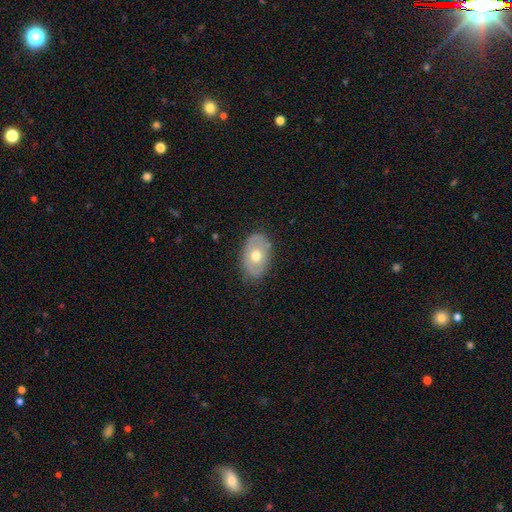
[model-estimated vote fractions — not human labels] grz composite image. It shows a smooth galaxy with no disk features (51%) that is in between round and cigar-shaped (84%). Merging: none (80%).